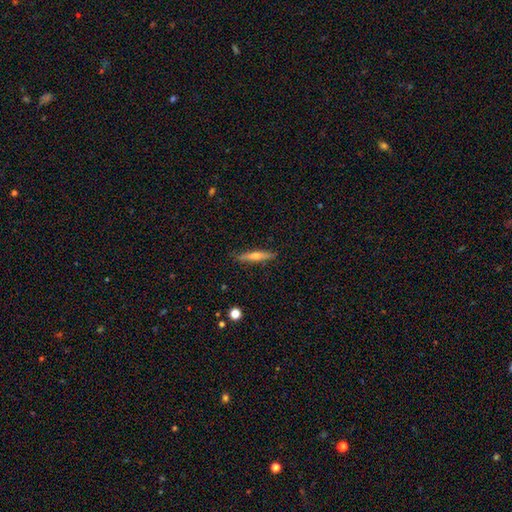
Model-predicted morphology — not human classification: Smooth or featured? Predicted: featured or disk (p=0.53). Edge-on disk? Predicted: yes (p=0.95). Edge-on bulge? Predicted: rounded (p=0.79). Merging? Predicted: none (p=0.88).